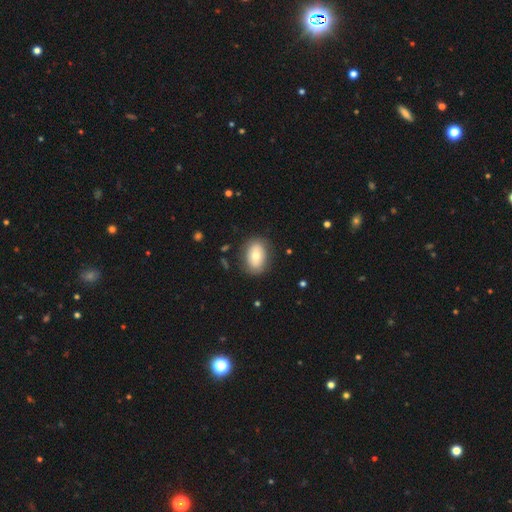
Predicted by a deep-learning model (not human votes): Morphology: type=smooth (73%); roundness=in between (81%); merging=none (83%).